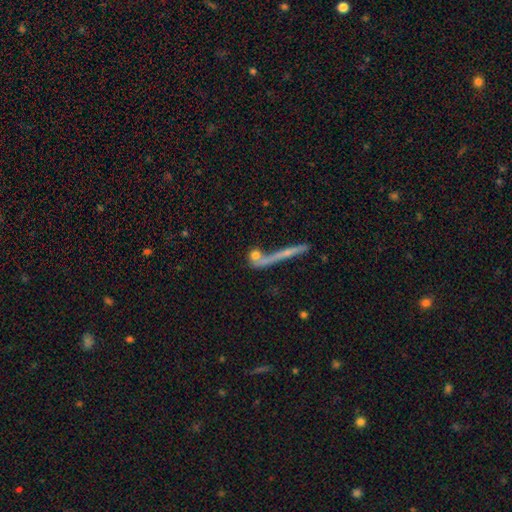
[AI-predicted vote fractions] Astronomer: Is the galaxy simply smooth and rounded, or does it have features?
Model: smooth — 62%.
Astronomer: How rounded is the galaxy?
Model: round — 59%.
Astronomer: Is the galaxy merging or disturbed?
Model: none — 51% (runner-up: merger, 29%).